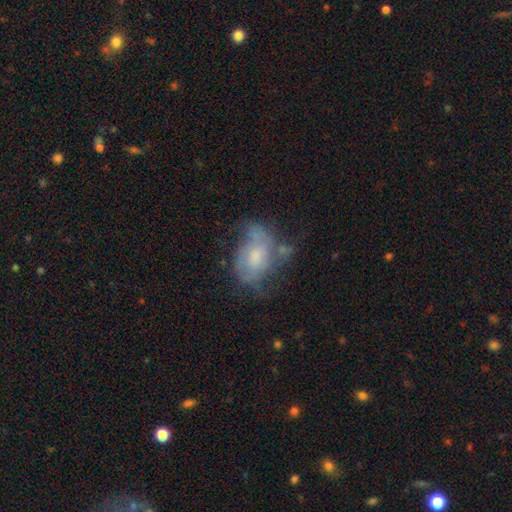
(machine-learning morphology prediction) smooth-or-featured: featured or disk: 51% | smooth: 40% | star or artifact: 9%
  disk-edge-on: no: 96% | yes: 4%
  merging: none: 37% | minor disturbance: 28% | major disturbance: 26% | merger: 9%